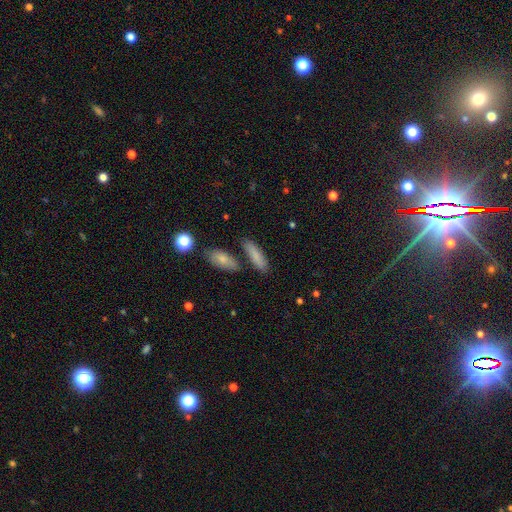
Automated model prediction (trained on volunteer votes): Smooth or featured: smooth — 81% (featured or disk — 12%)
How rounded: cigar-shaped — 53% (in between — 44%)
Merging: none — 73% (minor disturbance — 13%)